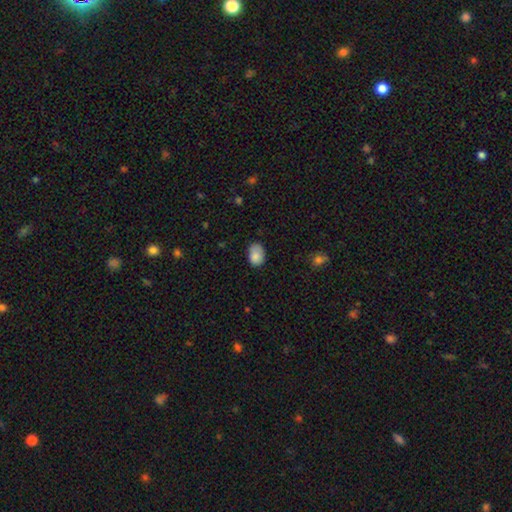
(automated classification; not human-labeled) Smooth or featured? smooth (83%)
How rounded? in between (78%)
Merging? none (56%)